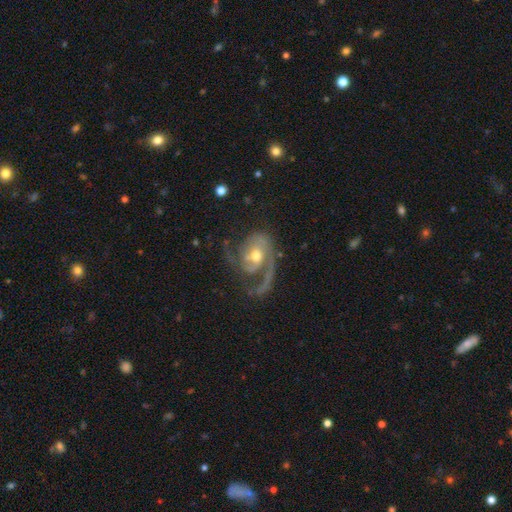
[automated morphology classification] smooth_or_featured: featured or disk (p=0.89) [alt: smooth p=0.06]
disk_edge_on: no (p=0.97) [alt: yes p=0.03]
bar: no (p=0.58) [alt: weak p=0.31]
has_spiral_arms: yes (p=0.96) [alt: no p=0.04]
spiral_winding: medium (p=0.48) [alt: tight p=0.29]
spiral_arm_count: 2 (p=0.49) [alt: 1 p=0.34]
bulge_size: moderate (p=0.63) [alt: small p=0.30]
merging: none (p=0.53) [alt: major disturbance p=0.26]